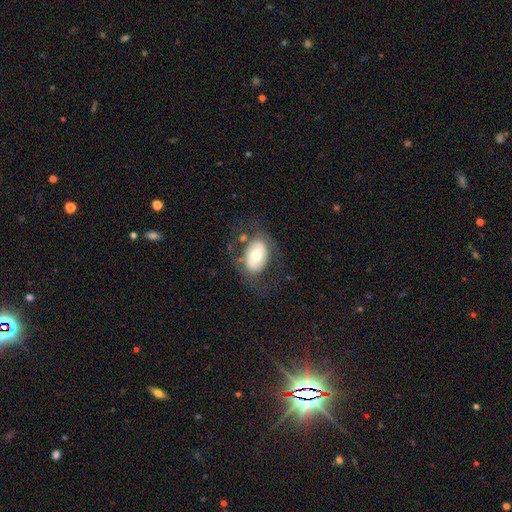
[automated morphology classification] smooth_or_featured: smooth (p=0.52) [alt: featured or disk p=0.41]
how_rounded: in between (p=0.84) [alt: round p=0.15]
merging: none (p=0.61) [alt: minor disturbance p=0.18]